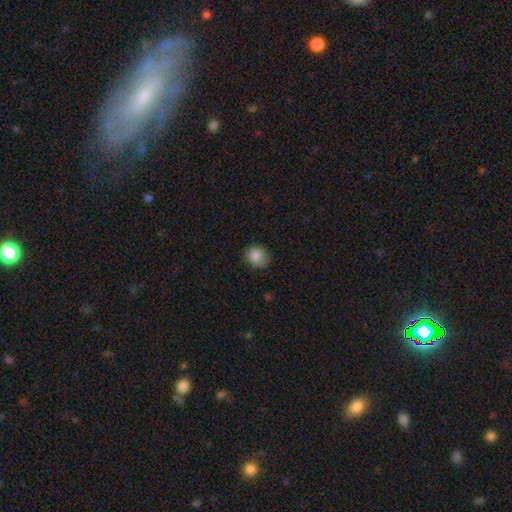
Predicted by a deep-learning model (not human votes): This appears to be a smooth galaxy with no disk features (80%) that is round (67%). Merging: none (68%).